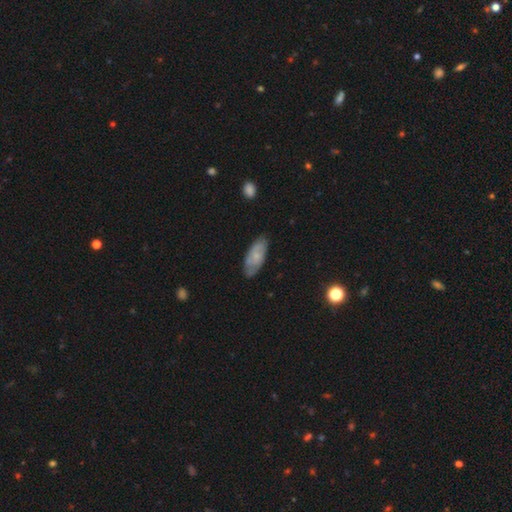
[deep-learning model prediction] smooth-or-featured: smooth: 52% | featured or disk: 42% | star or artifact: 7%
  how-rounded: in between: 85% | cigar-shaped: 13% | round: 2%
  merging: none: 72% | minor disturbance: 22% | major disturbance: 4% | merger: 2%